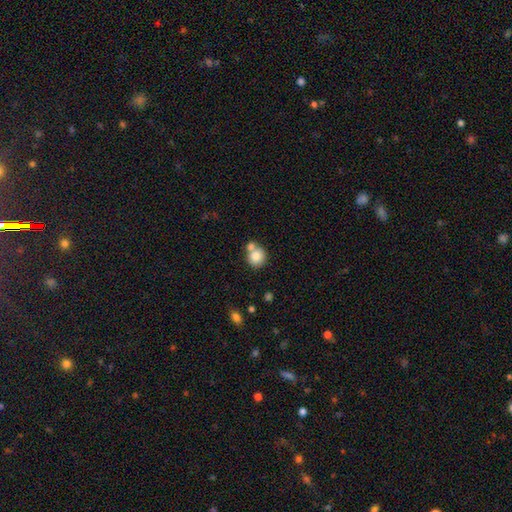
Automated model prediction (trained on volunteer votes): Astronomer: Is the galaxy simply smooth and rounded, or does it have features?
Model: smooth — 81%.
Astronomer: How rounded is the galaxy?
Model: round — 84%.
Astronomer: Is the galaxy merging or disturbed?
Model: none — 49% (runner-up: merger, 39%).